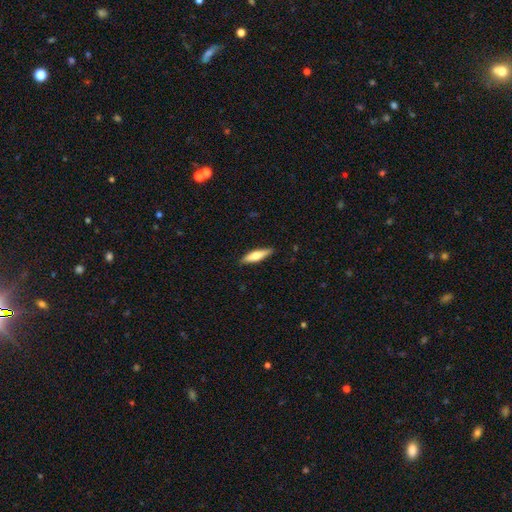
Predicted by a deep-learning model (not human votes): Smooth or featured: smooth — 61% (featured or disk — 34%)
How rounded: cigar-shaped — 70% (in between — 28%)
Merging: none — 88% (minor disturbance — 9%)